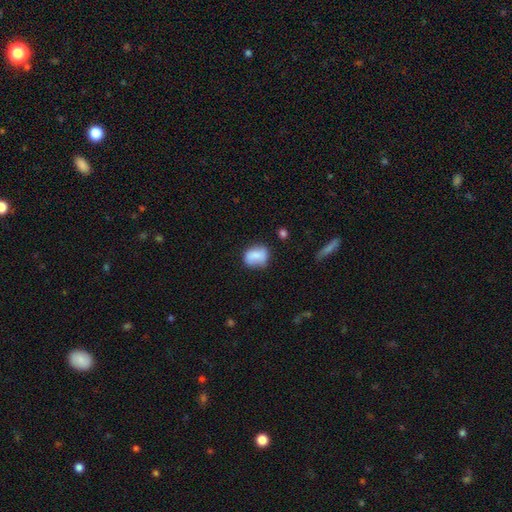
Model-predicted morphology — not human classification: This is likely a smooth galaxy (78%). How rounded: possibly round (51%). Merging: likely none (61%).